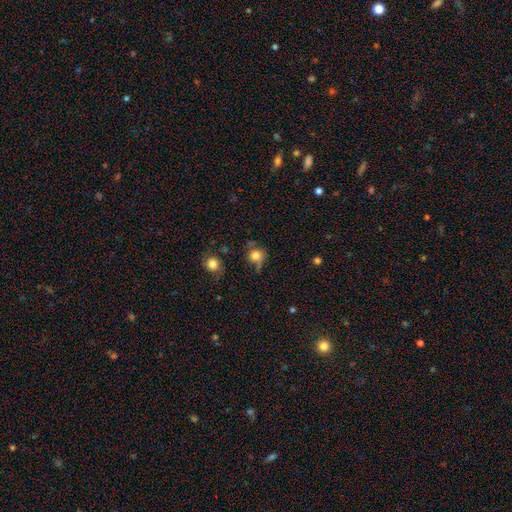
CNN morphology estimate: A smooth galaxy with no disk features (79%) that is round (88%). Merging: none (61%).